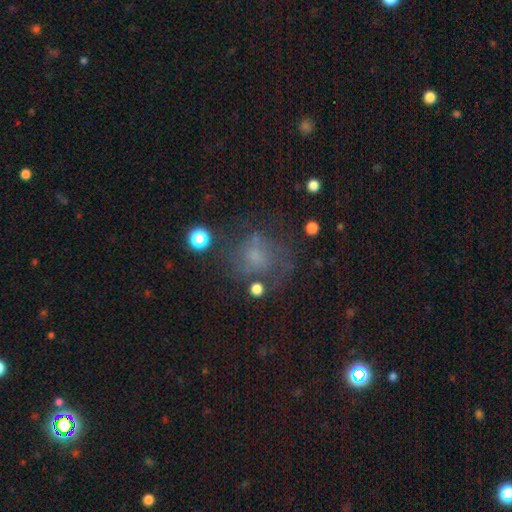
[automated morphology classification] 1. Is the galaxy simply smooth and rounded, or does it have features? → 45% smooth, 35% featured or disk, 20% star or artifact.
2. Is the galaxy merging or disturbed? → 52% none, 22% major disturbance, 21% minor disturbance, 5% merger.